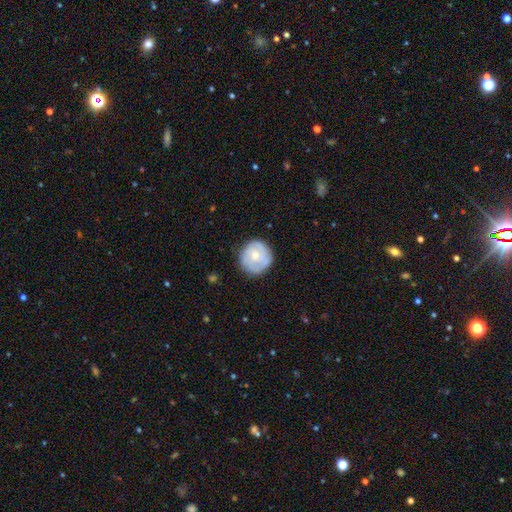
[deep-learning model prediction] A featured or disk galaxy (49%). Merging: none (79%).